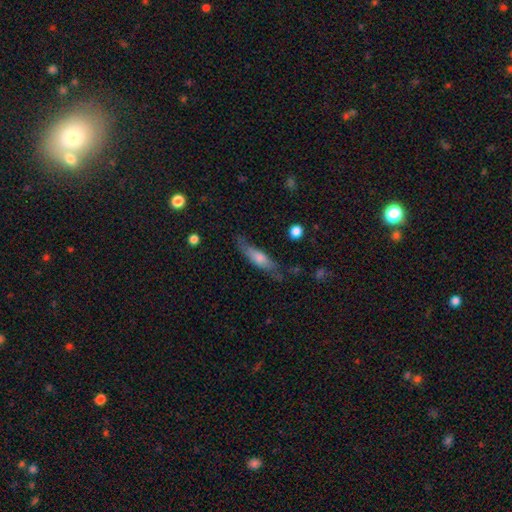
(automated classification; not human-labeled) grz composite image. It shows a featured or disk galaxy (50%) viewed edge-on (73%). Merging: none (71%).